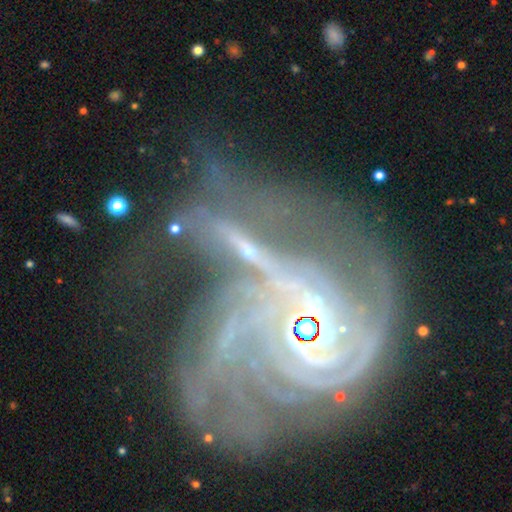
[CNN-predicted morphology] type=featured or disk (84%); edge-on=no (96%); bar=no (49%); spiral arms=yes (93%); winding=tight (54%); arm count=can't tell (29%); bulge=small (58%); merging=merger (37%).